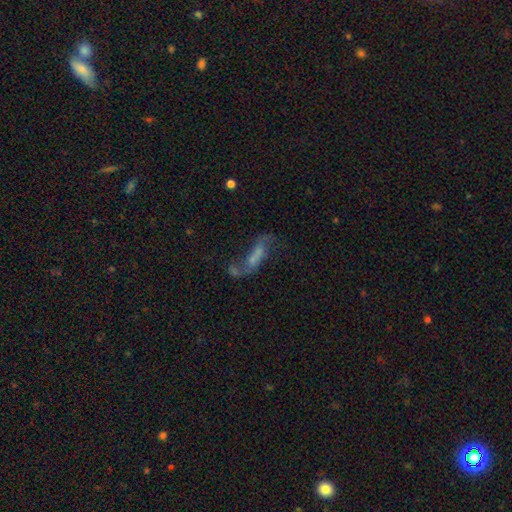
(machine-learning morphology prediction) This appears to be a featured or disk galaxy (59%) with no bar (46%), spiral arms (68%) and no central bulge (43%). Merging: none (33%).